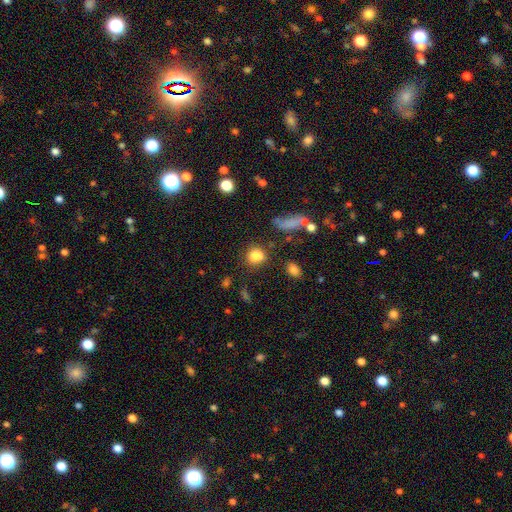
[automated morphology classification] This is likely a smooth galaxy (79%). How rounded: possibly round (59%). Merging: likely none (62%).